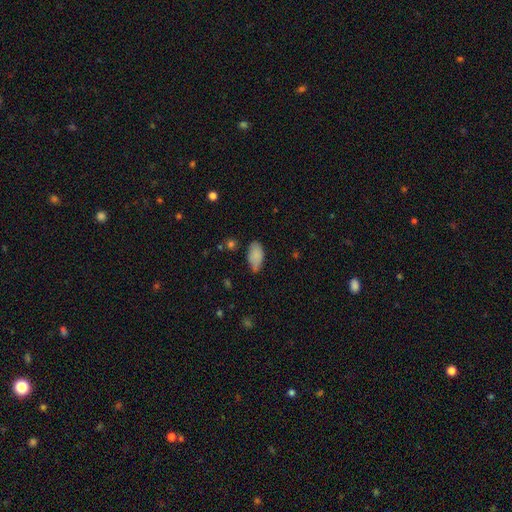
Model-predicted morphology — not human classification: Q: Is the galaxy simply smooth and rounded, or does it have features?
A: smooth — 85%.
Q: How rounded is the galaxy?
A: in between — 93%.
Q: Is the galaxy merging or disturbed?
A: none — 62%.